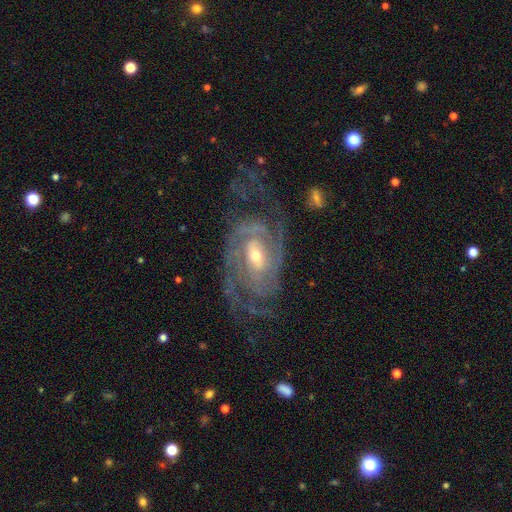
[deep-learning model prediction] Smooth or featured?
  - featured or disk: 90% *
  - star or artifact: 5%
  - smooth: 5%
Edge-on disk?
  - no: 96% *
  - yes: 4%
Bar?
  - no: 43% *
  - weak: 38%
  - strong: 18%
Spiral arms?
  - yes: 96% *
  - no: 4%
Spiral winding?
  - tight: 58% *
  - medium: 33%
  - loose: 10%
Spiral arm count?
  - 2: 40% *
  - can't tell: 20%
  - 3: 19%
  - 4: 9%
  - 1: 6%
  - more than 4: 6%
Bulge size?
  - small: 48% *
  - moderate: 47%
  - large: 3%
  - none: 1%
  - dominant: 1%
Merging?
  - none: 62% *
  - major disturbance: 18%
  - minor disturbance: 18%
  - merger: 2%